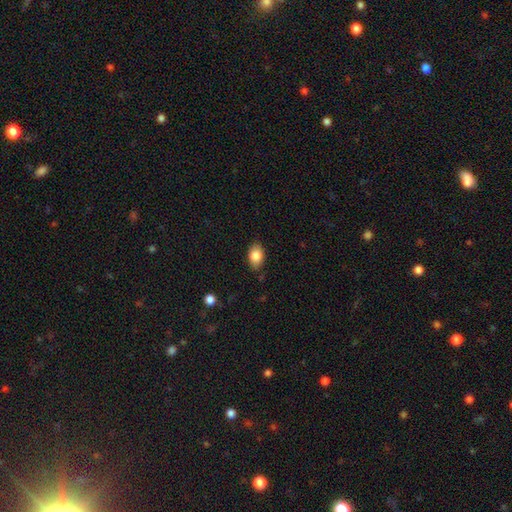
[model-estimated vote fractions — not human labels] Morphology: type=smooth (84%); roundness=in between (87%); merging=none (83%).